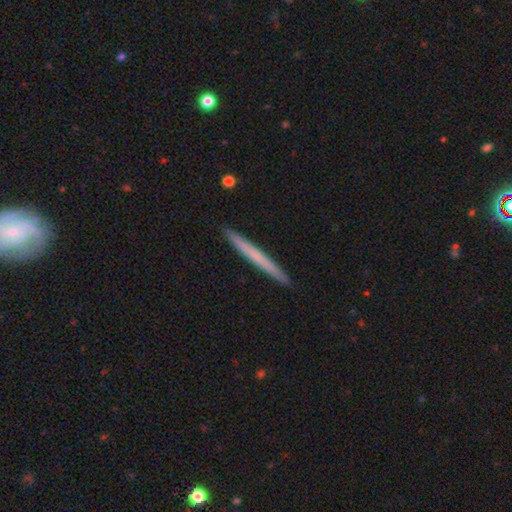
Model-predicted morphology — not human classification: type=smooth (57%); roundness=cigar-shaped (97%); merging=none (93%).